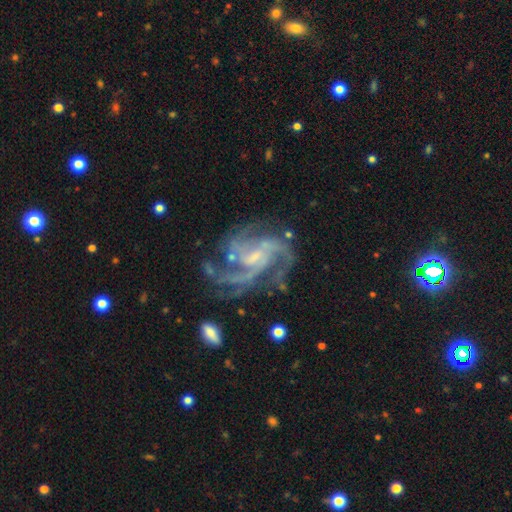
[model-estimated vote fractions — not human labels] smooth-or-featured: featured or disk: 91% | star or artifact: 6% | smooth: 4%
  disk-edge-on: no: 98% | yes: 2%
    bar: weak: 51% | no: 32% | strong: 17%
    has-spiral-arms: yes: 97% | no: 3%
      spiral-winding: medium: 55% | tight: 27% | loose: 18%
      spiral-arm-count: 3: 38% | 4: 21% | 2: 15% | can't tell: 13% | more than 4: 7% | 1: 7%
    bulge-size: small: 46% | moderate: 27% | none: 24% | large: 3% | dominant: 1%
  merging: none: 57% | major disturbance: 20% | minor disturbance: 19% | merger: 4%